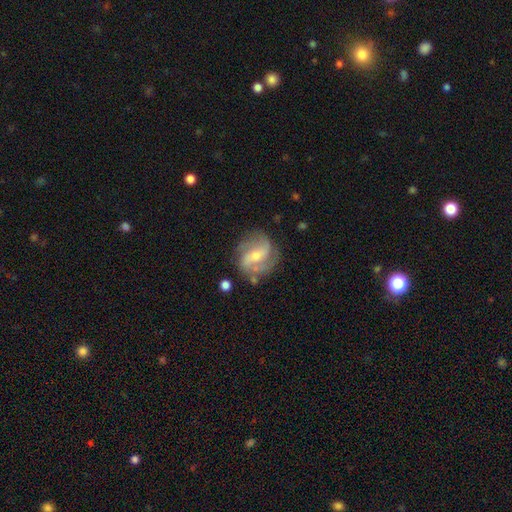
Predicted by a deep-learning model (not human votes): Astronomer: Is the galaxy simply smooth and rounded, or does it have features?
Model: featured or disk — 77%.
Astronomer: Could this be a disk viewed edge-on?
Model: no — 97%.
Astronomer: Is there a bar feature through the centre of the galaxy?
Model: weak — 47% (runner-up: no, 33%).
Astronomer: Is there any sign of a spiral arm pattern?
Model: yes — 92%.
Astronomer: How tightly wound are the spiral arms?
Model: medium — 47% (runner-up: loose, 32%).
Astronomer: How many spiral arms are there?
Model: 2 — 56%.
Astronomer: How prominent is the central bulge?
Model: moderate — 49% (runner-up: small, 44%).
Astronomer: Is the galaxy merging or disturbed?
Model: none — 70%.